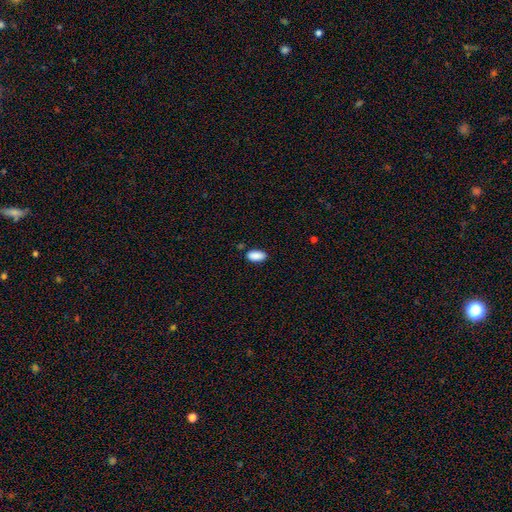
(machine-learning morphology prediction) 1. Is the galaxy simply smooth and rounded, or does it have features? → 90% smooth, 7% star or artifact, 3% featured or disk.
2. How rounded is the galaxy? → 92% in between, 6% cigar-shaped, 2% round.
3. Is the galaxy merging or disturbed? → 84% none, 12% minor disturbance, 2% major disturbance, 2% merger.